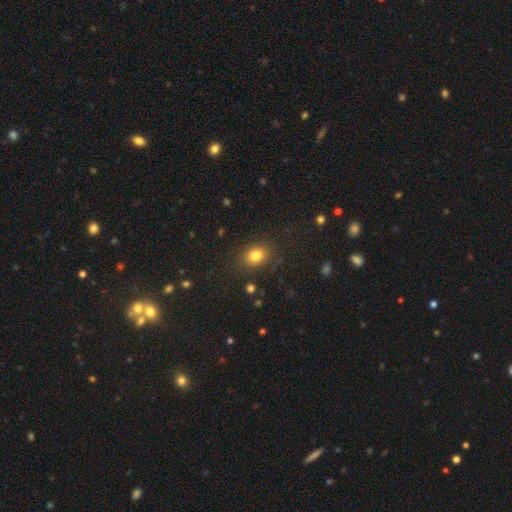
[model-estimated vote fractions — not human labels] Q: Smooth or featured?
A: smooth (81%); runner-up: star or artifact (12%)
Q: How rounded?
A: in between (50%); runner-up: round (49%)
Q: Merging?
A: none (83%); runner-up: minor disturbance (11%)